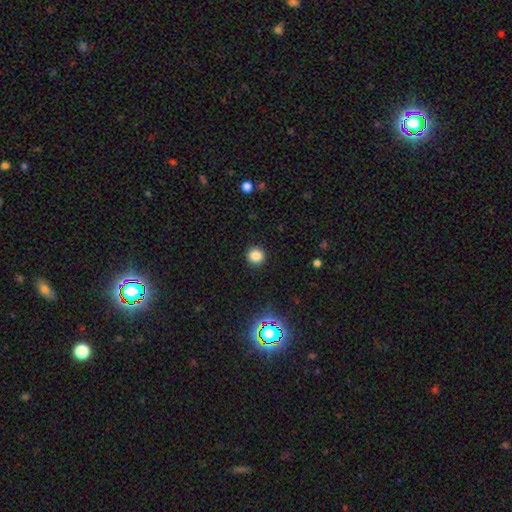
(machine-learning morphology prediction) The model was most divided on "smooth or featured": smooth: 82%, star or artifact: 14%, featured or disk: 4%. More confident: merging — none (91%); how rounded — round (88%).